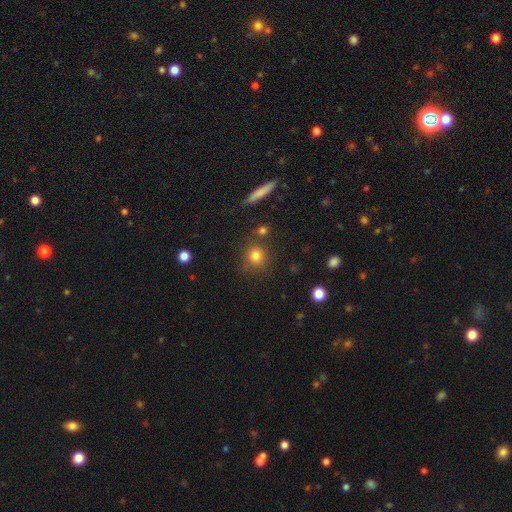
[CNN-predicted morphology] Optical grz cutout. It shows a smooth galaxy with no disk features (80%) that is round (87%). Merging: none (79%).